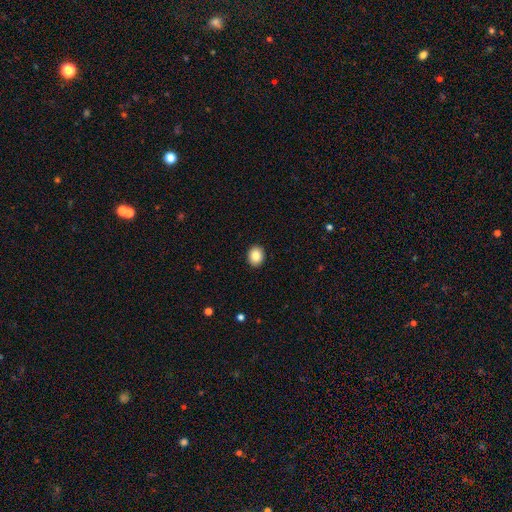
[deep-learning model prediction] smooth-or-featured: smooth: 85% | star or artifact: 9% | featured or disk: 6%
  how-rounded: round: 58% | in between: 41% | cigar-shaped: 1%
  merging: none: 92% | minor disturbance: 6% | major disturbance: 2% | merger: 1%